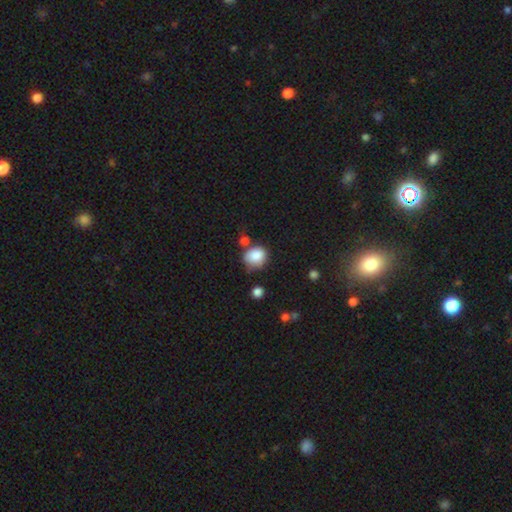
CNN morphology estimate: Smooth or featured? smooth (85%)
How rounded? round (70%)
Merging? none (54%)